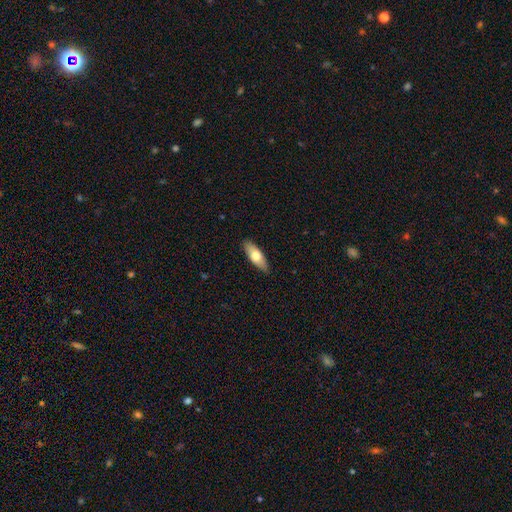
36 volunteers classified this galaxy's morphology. Smooth or featured? smooth (72%)
How rounded? in between (58%)
Merging? none (86%)